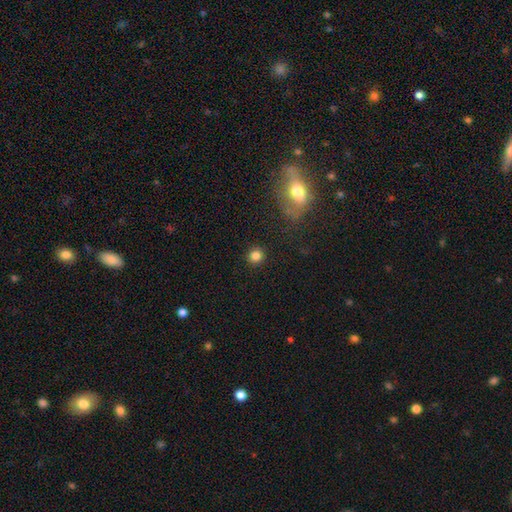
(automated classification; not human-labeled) Q: Smooth or featured?
A: smooth (83%); runner-up: star or artifact (12%)
Q: How rounded?
A: round (93%); runner-up: in between (6%)
Q: Merging?
A: none (91%); runner-up: minor disturbance (5%)